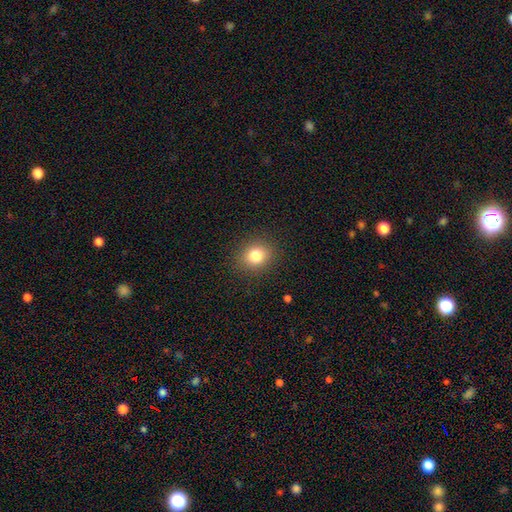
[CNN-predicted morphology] Q: Smooth or featured?
A: smooth (81%); runner-up: star or artifact (12%)
Q: How rounded?
A: round (76%); runner-up: in between (23%)
Q: Merging?
A: none (89%); runner-up: minor disturbance (7%)